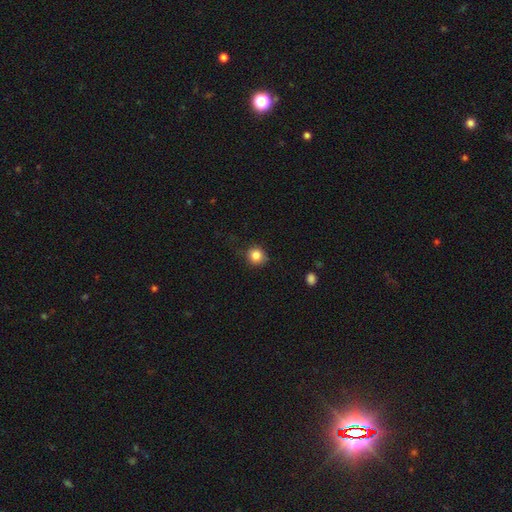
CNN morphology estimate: Overall: smooth (84%). How rounded: round (89%). Merging: none (81%).